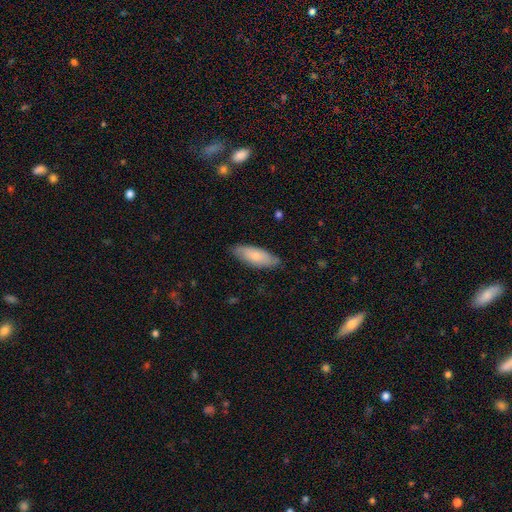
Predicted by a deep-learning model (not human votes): smooth_or_featured: smooth (p=0.69) [alt: featured or disk p=0.25]
how_rounded: in between (p=0.71) [alt: cigar-shaped p=0.27]
merging: none (p=0.80) [alt: minor disturbance p=0.16]